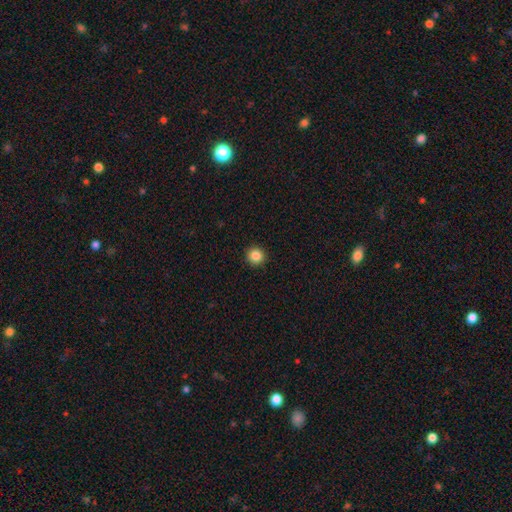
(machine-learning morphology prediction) A smooth galaxy with no disk features (85%) that is round (95%).

Vote fractions:
- Smooth or featured? smooth: 85% / star or artifact: 11% / featured or disk: 4%
- How rounded? round: 95% / in between: 4% / cigar-shaped: 1%
- Merging? none: 93% / minor disturbance: 4% / major disturbance: 1% / merger: 1%